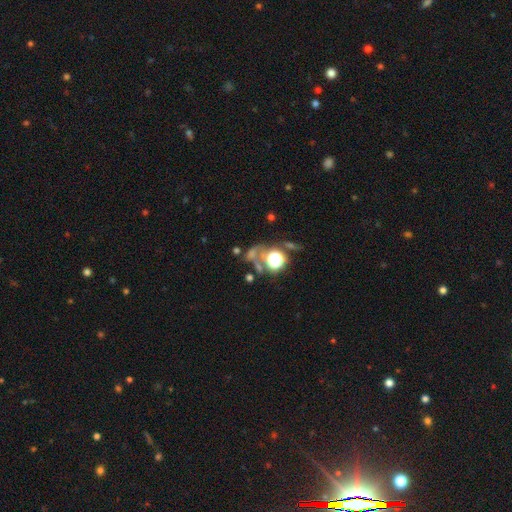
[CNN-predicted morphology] This is possibly a star or artifact rather than a galaxy (54%).